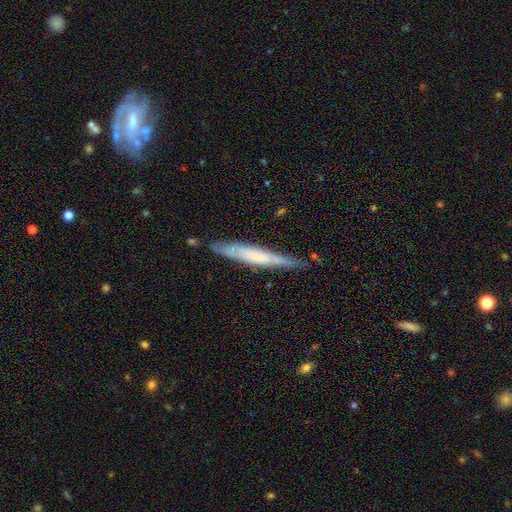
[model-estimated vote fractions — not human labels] Q: Smooth or featured?
A: featured or disk (54%); runner-up: smooth (40%)
Q: Edge-on disk?
A: yes (85%); runner-up: no (15%)
Q: Merging?
A: none (69%); runner-up: minor disturbance (23%)